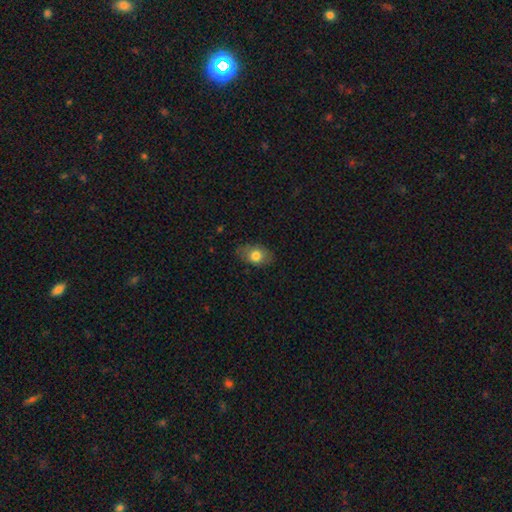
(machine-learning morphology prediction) The model was most divided on "smooth or featured": smooth: 77%, featured or disk: 15%, star or artifact: 8%. More confident: how rounded — in between (83%); merging — none (80%).